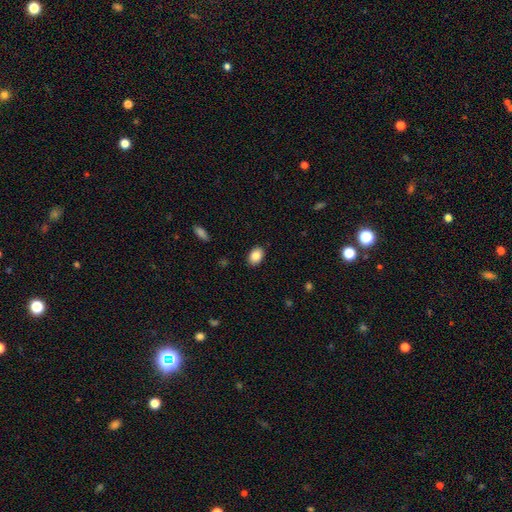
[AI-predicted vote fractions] A smooth galaxy with no disk features (86%) that is in between round and cigar-shaped (81%).

Vote fractions:
- Smooth or featured? smooth: 86% / star or artifact: 8% / featured or disk: 6%
- How rounded? in between: 81% / round: 18% / cigar-shaped: 1%
- Merging? none: 89% / minor disturbance: 8% / major disturbance: 2% / merger: 1%